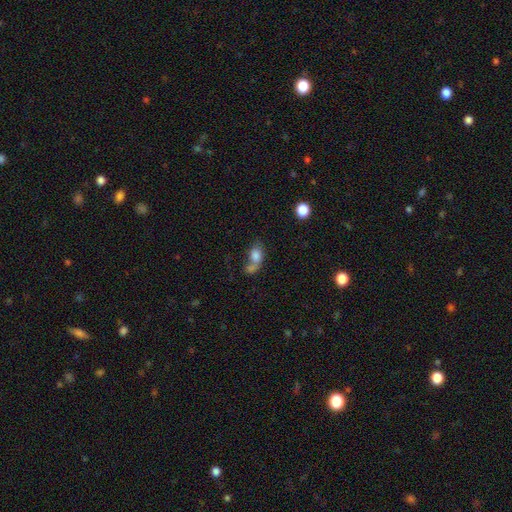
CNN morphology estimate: smooth-or-featured: smooth: 74% | featured or disk: 16% | star or artifact: 10%
  how-rounded: in between: 71% | round: 24% | cigar-shaped: 4%
  merging: merger: 54% | none: 22% | major disturbance: 13% | minor disturbance: 11%